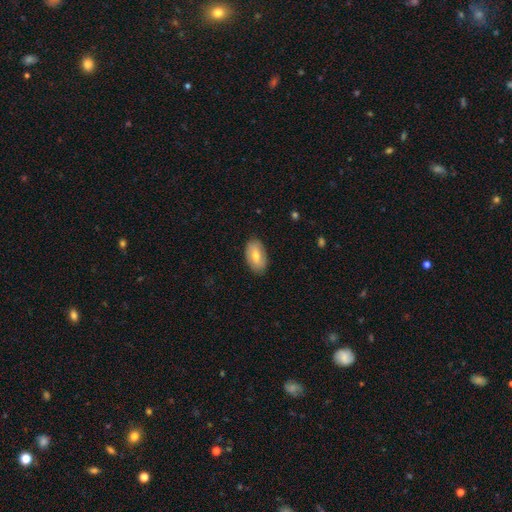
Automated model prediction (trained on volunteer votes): Smooth or featured? Predicted: smooth (p=0.66). How rounded? Predicted: in between (p=0.93). Merging? Predicted: none (p=0.84).